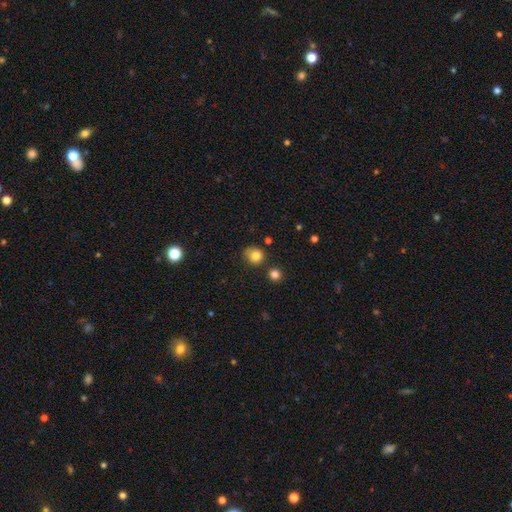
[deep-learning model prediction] smooth-or-featured: smooth: 81% | star or artifact: 12% | featured or disk: 7%
  how-rounded: round: 86% | in between: 13% | cigar-shaped: 1%
  merging: none: 69% | minor disturbance: 19% | merger: 6% | major disturbance: 5%